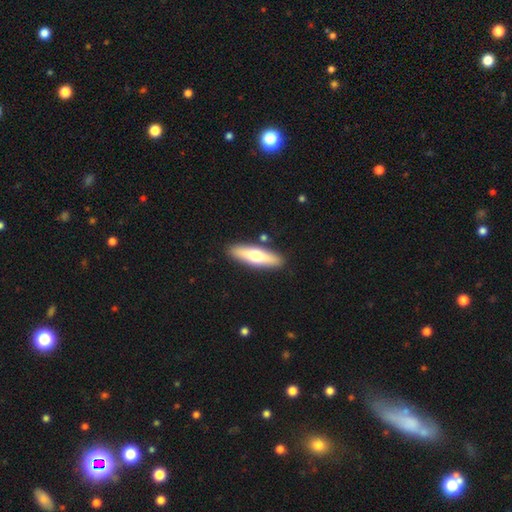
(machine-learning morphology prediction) smooth 56%, featured or disk 39%, star or artifact 5%. Down the decision tree: how rounded — cigar-shaped (67%); merging — none (88%).